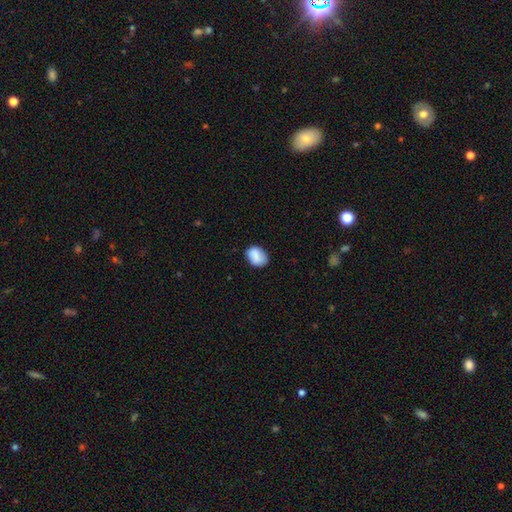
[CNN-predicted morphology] smooth 82%, featured or disk 11%, star or artifact 8%. Down the decision tree: how rounded — in between (67%); merging — none (74%).